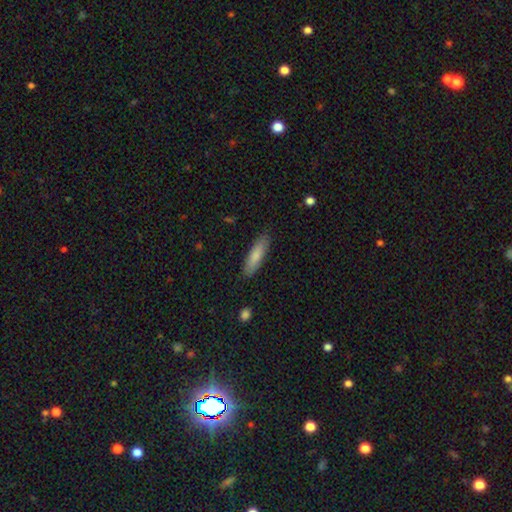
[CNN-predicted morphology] Overall: smooth (82%). How rounded: cigar-shaped (65%; in between 33%). Merging: none (87%).